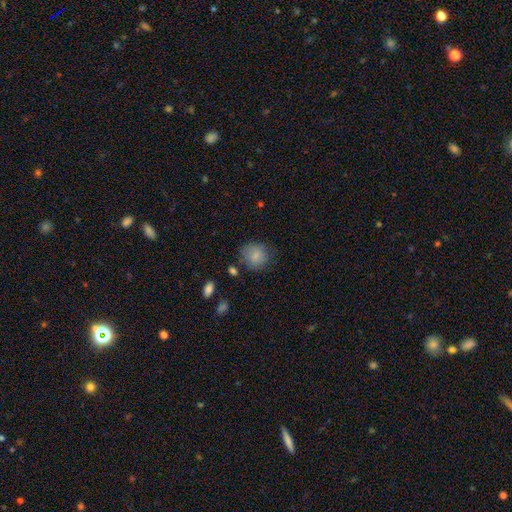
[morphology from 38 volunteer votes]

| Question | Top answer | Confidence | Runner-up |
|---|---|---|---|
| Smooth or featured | smooth | 87% | featured or disk (11%) |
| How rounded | round | 79% | in between (21%) |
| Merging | none | 70% | minor disturbance (24%) |